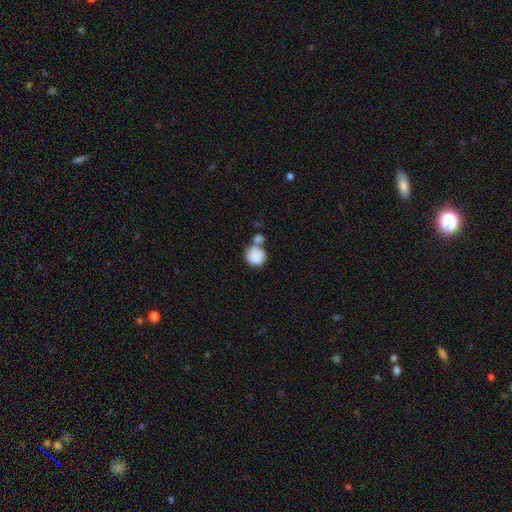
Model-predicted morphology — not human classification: This is clearly a smooth galaxy (84%). How rounded: clearly round (83%). Merging: marginally merger (44%).